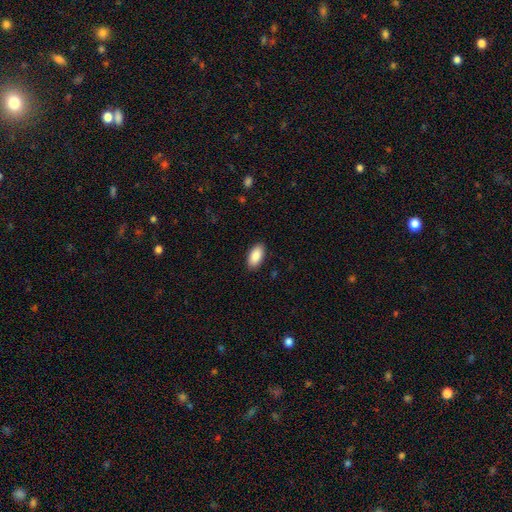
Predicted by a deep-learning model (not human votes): This is clearly a smooth galaxy (90%). How rounded: clearly in between (94%). Merging: clearly none (89%).